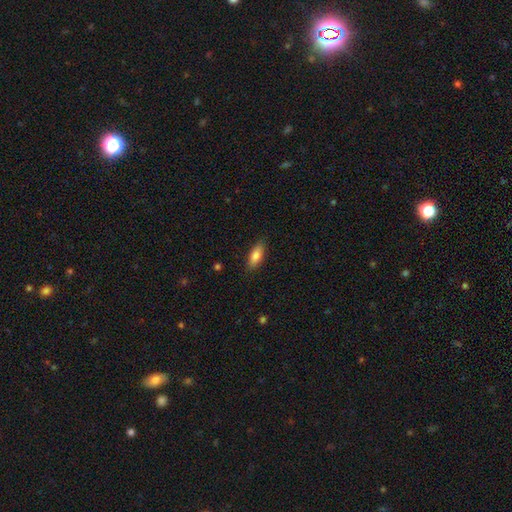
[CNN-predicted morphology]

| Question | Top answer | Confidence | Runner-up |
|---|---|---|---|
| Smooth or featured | smooth | 81% | featured or disk (12%) |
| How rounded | in between | 71% | cigar-shaped (26%) |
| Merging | none | 86% | minor disturbance (11%) |